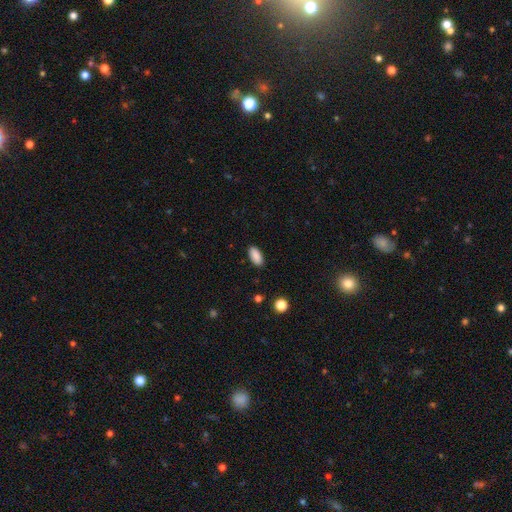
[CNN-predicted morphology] This appears to be a smooth galaxy with no disk features (89%) that is in between round and cigar-shaped (92%). Merging: none (89%).